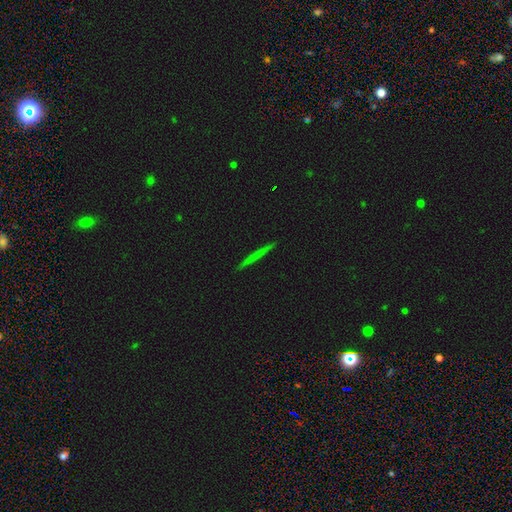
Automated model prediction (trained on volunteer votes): Overall: smooth (52%; featured or disk 40%). How rounded: cigar-shaped (95%). Merging: none (92%).